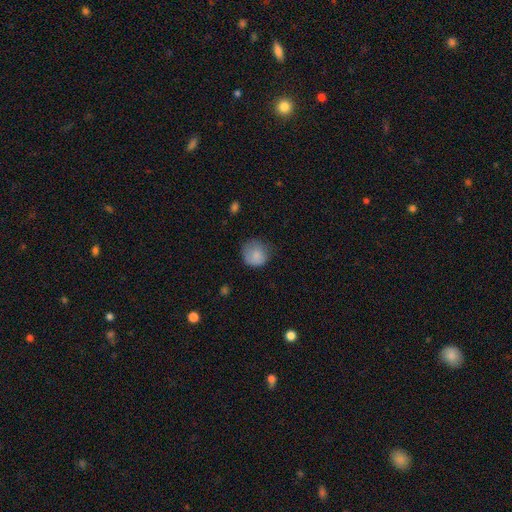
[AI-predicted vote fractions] Morphology: type=smooth (83%); roundness=round (86%); merging=none (61%).